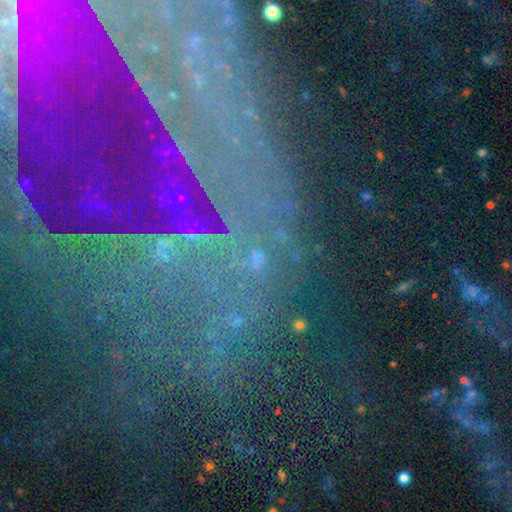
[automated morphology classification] star or artifact 60%, featured or disk 21%, smooth 19%.